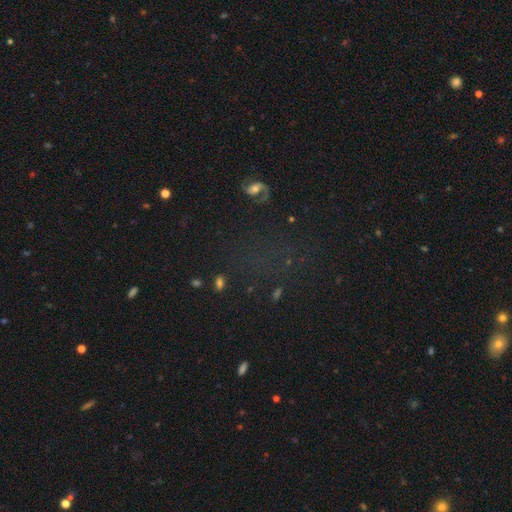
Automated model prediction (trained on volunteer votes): This is likely a star or artifact rather than a galaxy (63%).